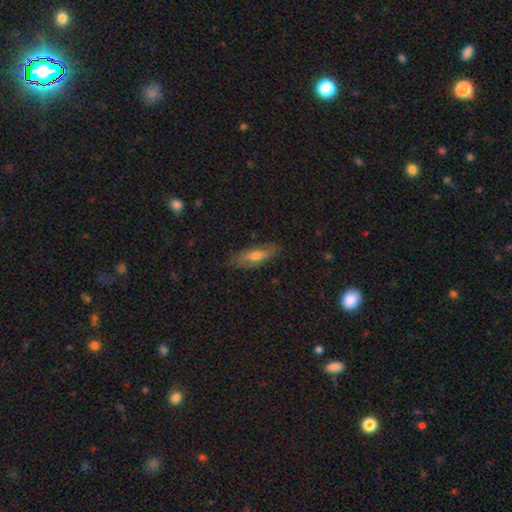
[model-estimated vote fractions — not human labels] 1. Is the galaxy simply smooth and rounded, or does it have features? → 52% smooth, 41% featured or disk, 7% star or artifact.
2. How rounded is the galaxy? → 61% in between, 36% cigar-shaped, 3% round.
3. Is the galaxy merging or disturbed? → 77% none, 18% minor disturbance, 4% major disturbance, 1% merger.